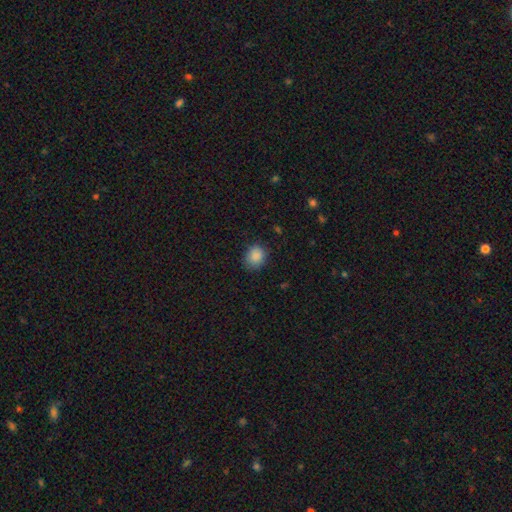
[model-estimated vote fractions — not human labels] Smooth or featured: smooth — 88% (star or artifact — 9%)
How rounded: round — 63% (in between — 36%)
Merging: none — 82% (minor disturbance — 14%)